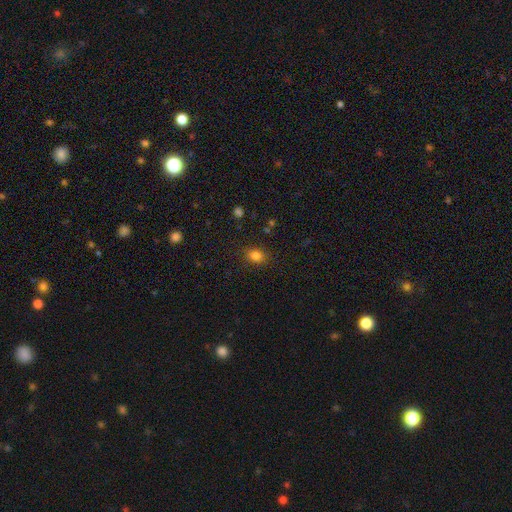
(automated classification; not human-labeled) A smooth galaxy with no disk features (82%) that is in between round and cigar-shaped (63%). Merging: none (85%).